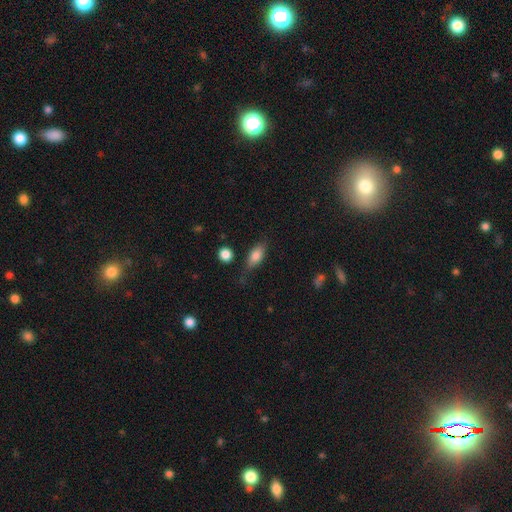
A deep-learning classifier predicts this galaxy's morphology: Smooth or featured? Predicted: smooth (p=0.79). How rounded? Predicted: in between (p=0.81). Merging? Predicted: none (p=0.65).